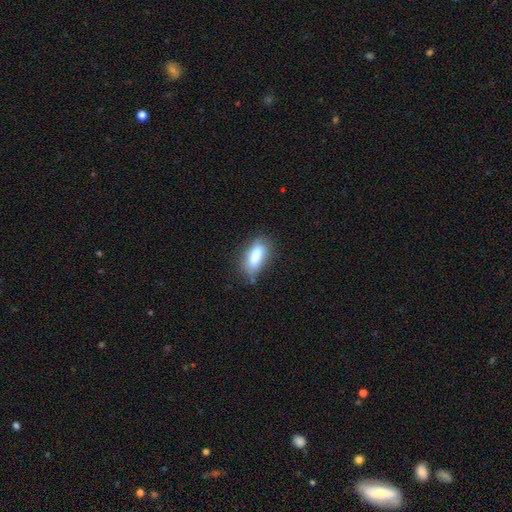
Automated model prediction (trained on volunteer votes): Smooth or featured: smooth — 79% (featured or disk — 13%)
How rounded: in between — 78% (cigar-shaped — 20%)
Merging: none — 67% (minor disturbance — 23%)